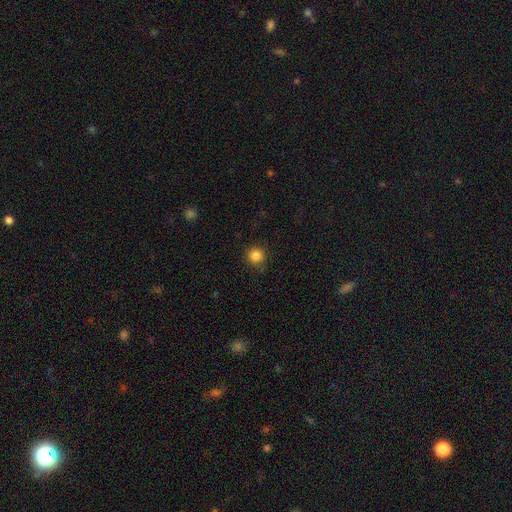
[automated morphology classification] Smooth or featured: smooth — 84% (star or artifact — 12%)
How rounded: round — 95% (in between — 4%)
Merging: none — 89% (minor disturbance — 7%)